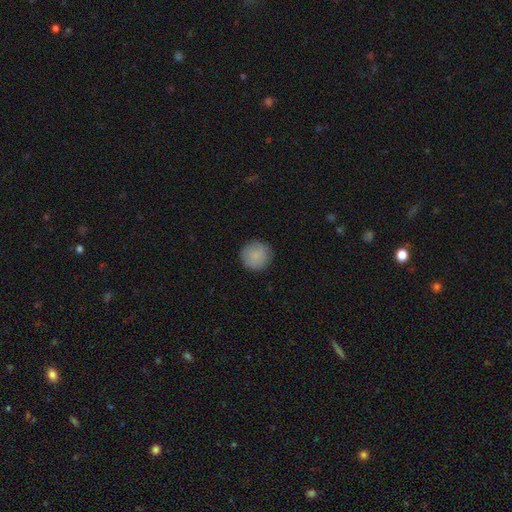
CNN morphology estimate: This is clearly a smooth galaxy (88%). How rounded: clearly round (94%). Merging: clearly none (89%).